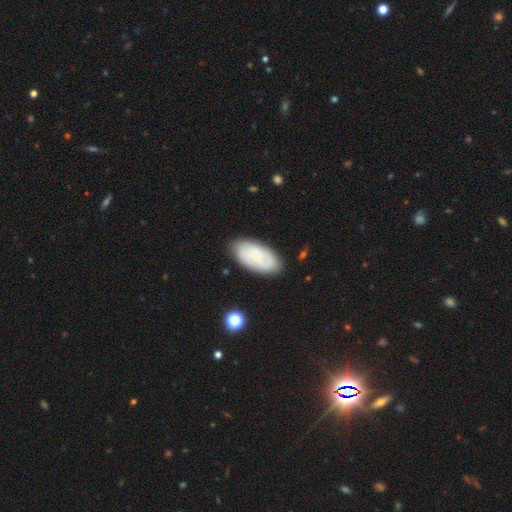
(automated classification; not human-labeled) smooth-or-featured: smooth: 70% | featured or disk: 22% | star or artifact: 8%
  how-rounded: in between: 94% | cigar-shaped: 4% | round: 2%
  merging: none: 82% | minor disturbance: 13% | major disturbance: 3% | merger: 2%